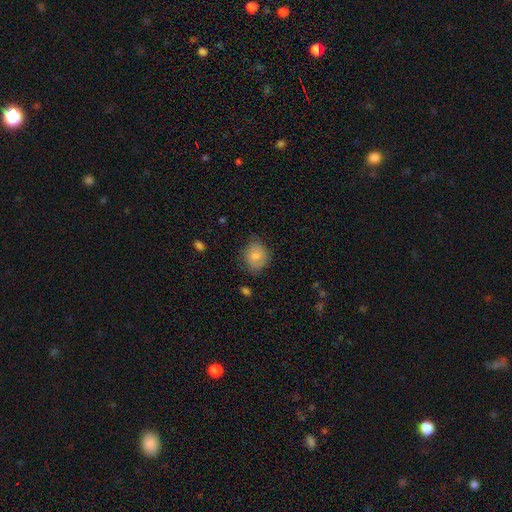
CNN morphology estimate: Q: Smooth or featured?
A: smooth (80%); runner-up: featured or disk (13%)
Q: How rounded?
A: round (67%); runner-up: in between (32%)
Q: Merging?
A: none (70%); runner-up: minor disturbance (23%)